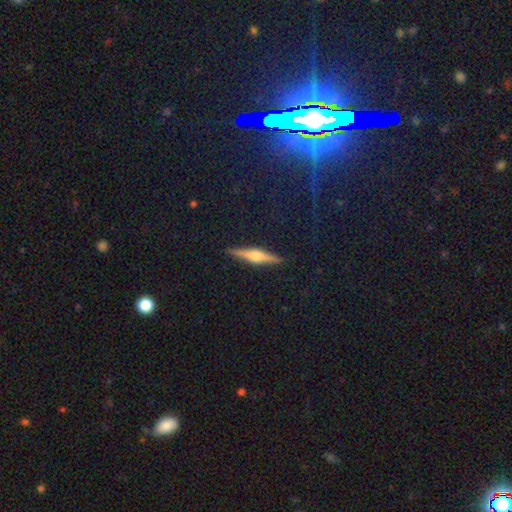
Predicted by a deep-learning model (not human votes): Smooth or featured: featured or disk — 74% (smooth — 19%)
Edge-on disk: yes — 98% (no — 2%)
Edge-on bulge: rounded — 88% (boxy — 8%)
Merging: none — 91% (minor disturbance — 6%)